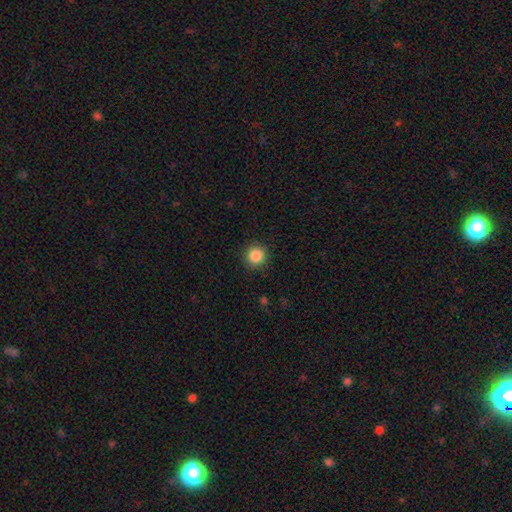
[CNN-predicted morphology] A smooth galaxy with no disk features (87%) that is round (95%).

Vote fractions:
- Smooth or featured? smooth: 87% / star or artifact: 10% / featured or disk: 3%
- How rounded? round: 95% / in between: 4% / cigar-shaped: 1%
- Merging? none: 91% / minor disturbance: 6% / major disturbance: 2% / merger: 1%